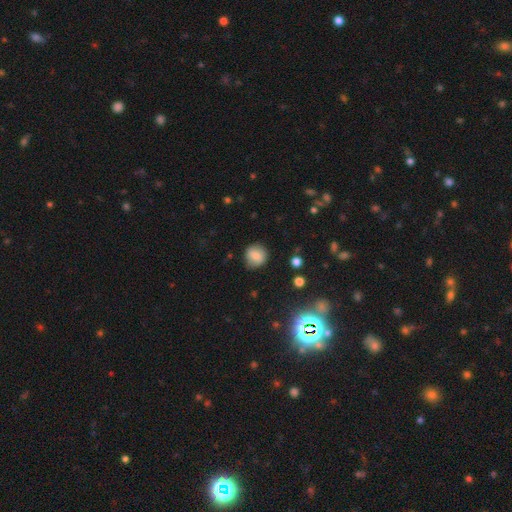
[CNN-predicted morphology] A smooth galaxy with no disk features (79%) that is round (87%). Merging: none (83%).